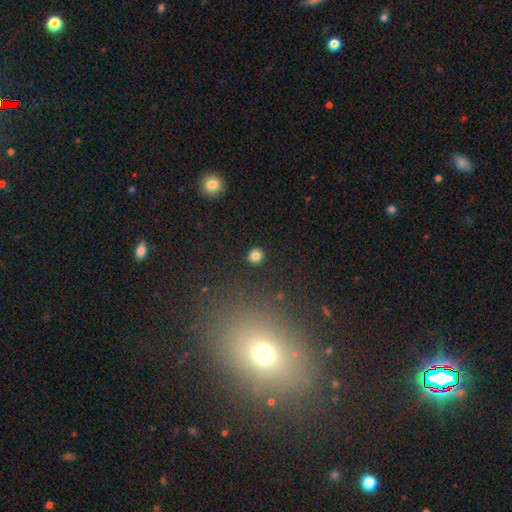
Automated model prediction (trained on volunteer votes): This is clearly a smooth galaxy (83%). How rounded: clearly round (94%). Merging: clearly none (91%).